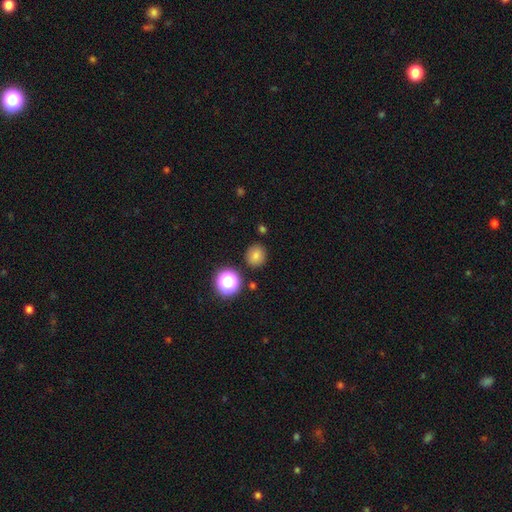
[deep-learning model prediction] Morphology: type=smooth (71%); roundness=round (86%); merging=none (87%).